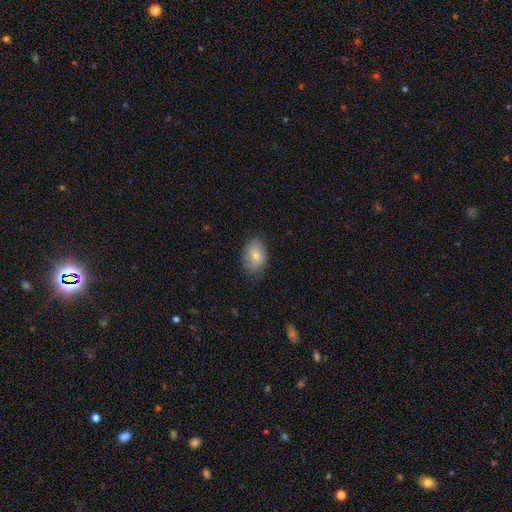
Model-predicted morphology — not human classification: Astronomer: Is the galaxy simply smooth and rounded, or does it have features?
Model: smooth — 76%.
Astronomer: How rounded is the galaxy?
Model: in between — 79%.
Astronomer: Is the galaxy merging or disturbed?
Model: none — 77%.